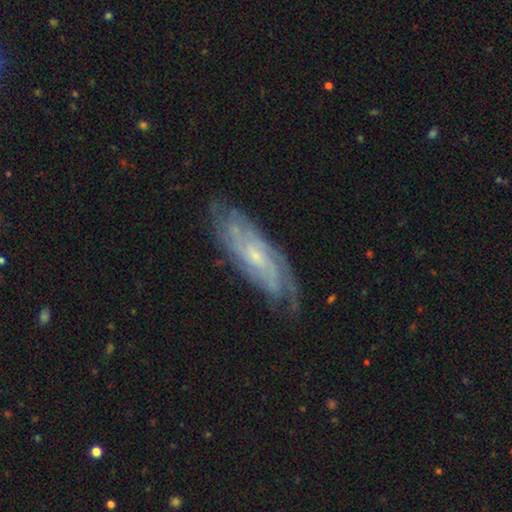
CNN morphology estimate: Smooth or featured? Predicted: featured or disk (p=0.79). Edge-on disk? Predicted: no (p=0.83). Bar? Predicted: no (p=0.65). Spiral arms? Predicted: yes (p=0.93). Spiral winding? Predicted: tight (p=0.59). Spiral arm count? Predicted: can't tell (p=0.48). Bulge size? Predicted: small (p=0.71). Merging? Predicted: none (p=0.74).